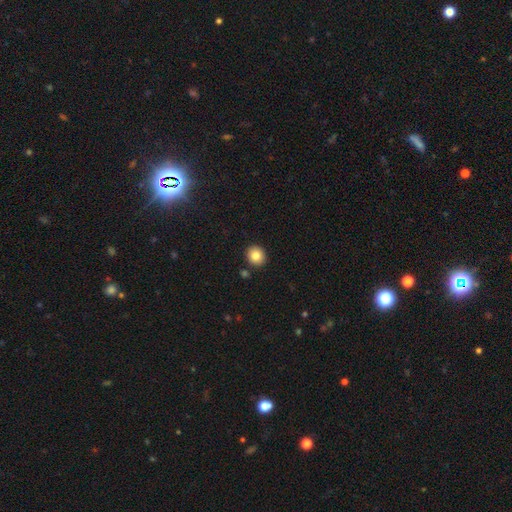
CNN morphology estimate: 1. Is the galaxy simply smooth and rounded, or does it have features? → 84% smooth, 9% star or artifact, 7% featured or disk.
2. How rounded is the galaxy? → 83% round, 16% in between, 1% cigar-shaped.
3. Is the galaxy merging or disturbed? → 89% none, 6% minor disturbance, 3% merger, 2% major disturbance.